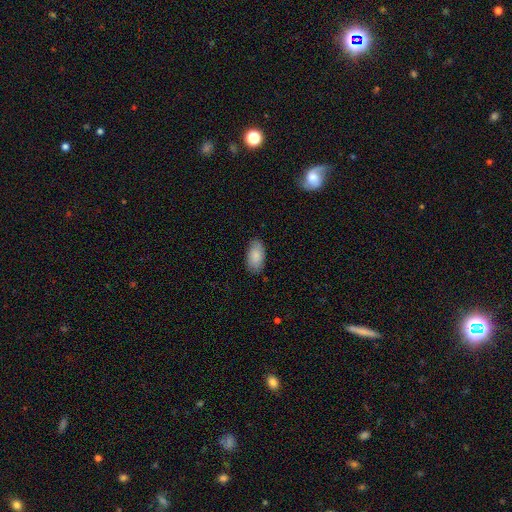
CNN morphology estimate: smooth-or-featured: smooth: 87% | featured or disk: 7% | star or artifact: 6%
  how-rounded: in between: 95% | round: 3% | cigar-shaped: 3%
  merging: none: 84% | minor disturbance: 12% | major disturbance: 3% | merger: 1%